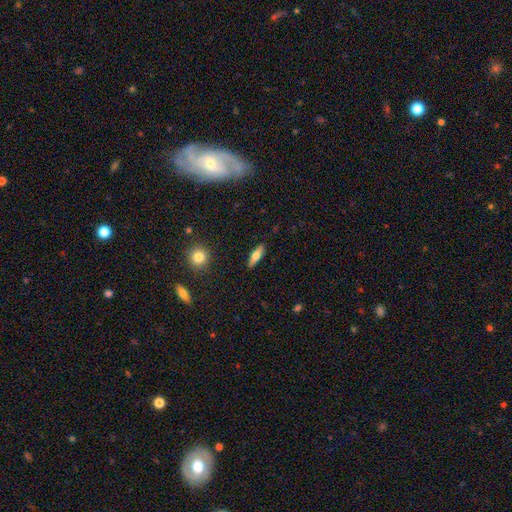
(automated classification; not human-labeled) Smooth or featured: smooth — 56% (featured or disk — 37%)
How rounded: cigar-shaped — 52% (in between — 45%)
Merging: none — 89% (minor disturbance — 8%)